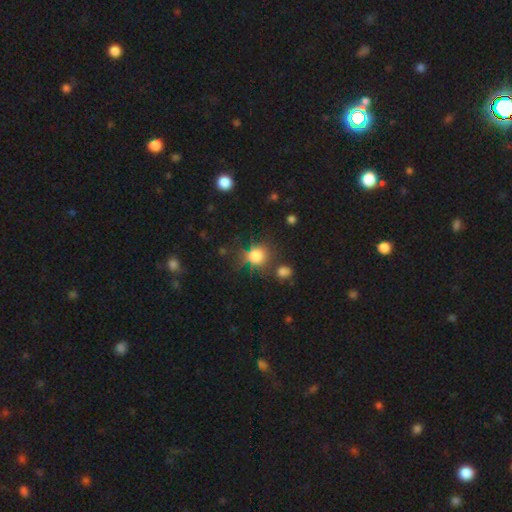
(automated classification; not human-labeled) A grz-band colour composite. It shows a smooth galaxy with no disk features (77%) that is round (81%). Merging: none (65%).